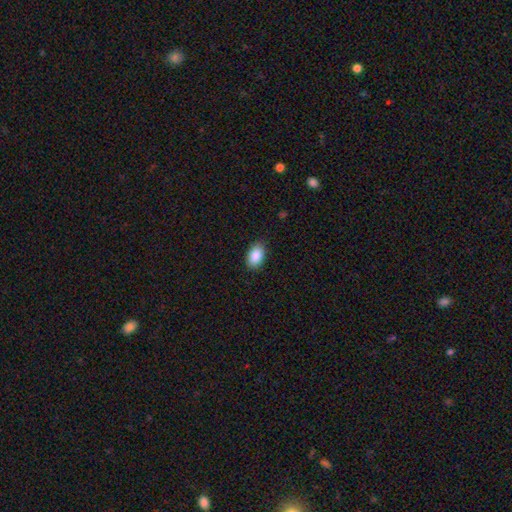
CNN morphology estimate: A smooth galaxy with no disk features (89%) that is in between round and cigar-shaped (92%).

Vote fractions:
- Smooth or featured? smooth: 89% / star or artifact: 7% / featured or disk: 4%
- How rounded? in between: 92% / round: 7% / cigar-shaped: 1%
- Merging? none: 87% / minor disturbance: 10% / major disturbance: 2% / merger: 1%